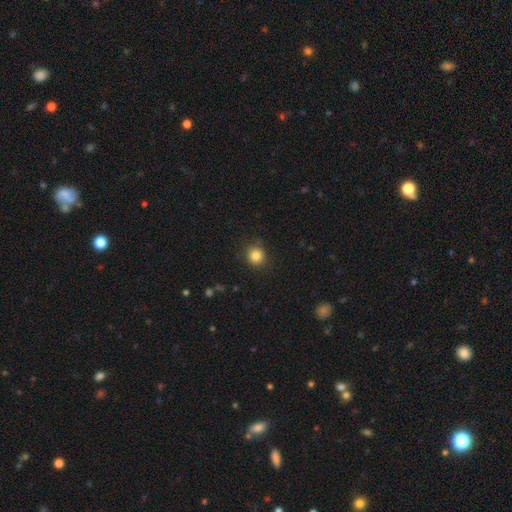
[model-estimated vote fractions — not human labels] This appears to be a smooth galaxy with no disk features (85%) that is round (90%). Merging: none (86%).